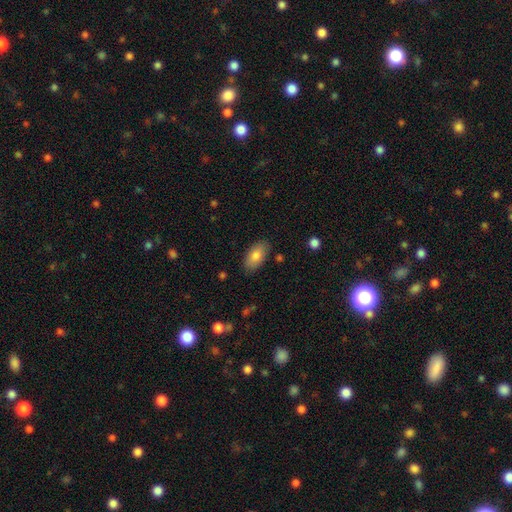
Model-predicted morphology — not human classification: Smooth or featured: smooth — 82% (featured or disk — 11%)
How rounded: in between — 93% (cigar-shaped — 4%)
Merging: none — 84% (minor disturbance — 11%)